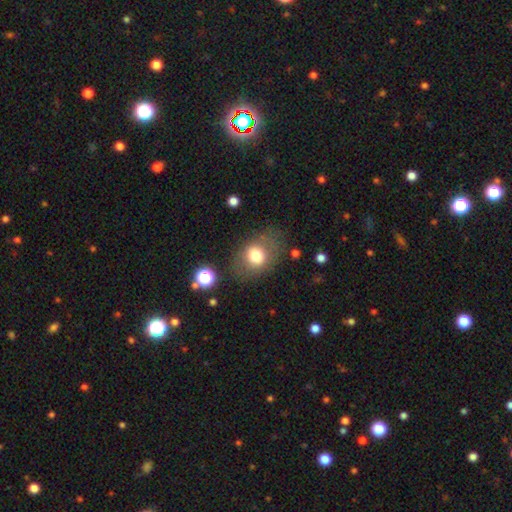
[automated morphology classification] Smooth or featured? smooth (74%)
How rounded? in between (56%)
Merging? none (70%)